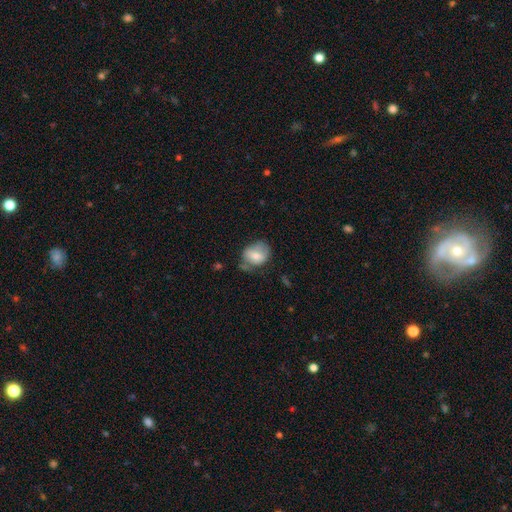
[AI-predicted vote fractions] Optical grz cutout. It shows a smooth galaxy with no disk features (66%) that is in between round and cigar-shaped (51%). Merging: none (48%).